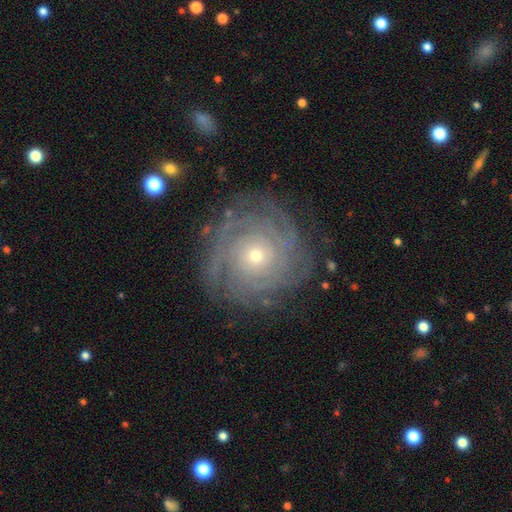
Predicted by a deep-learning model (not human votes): This appears to be a featured or disk galaxy (85%) with no bar (83%), tight (81%) spiral arms (96%) and a small central bulge (62%). Merging: none (82%).